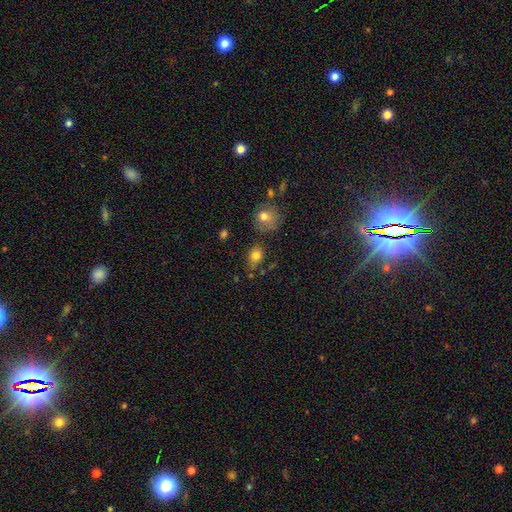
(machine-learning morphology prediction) smooth 80%, star or artifact 11%, featured or disk 9%. Down the decision tree: how rounded — in between (59%); merging — none (66%).